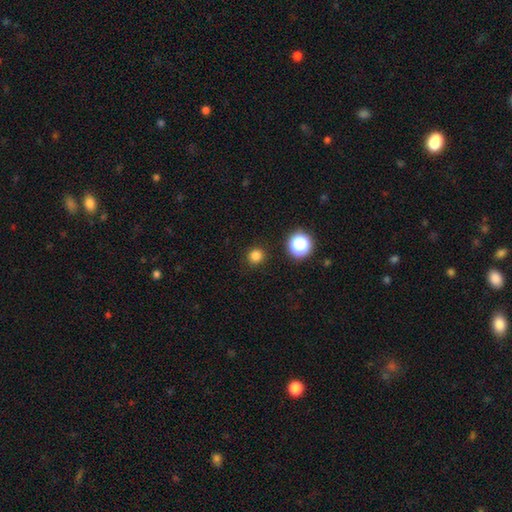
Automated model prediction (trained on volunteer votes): smooth_or_featured: smooth (p=0.80) [alt: star or artifact p=0.16]
how_rounded: round (p=0.92) [alt: in between p=0.07]
merging: none (p=0.91) [alt: minor disturbance p=0.06]